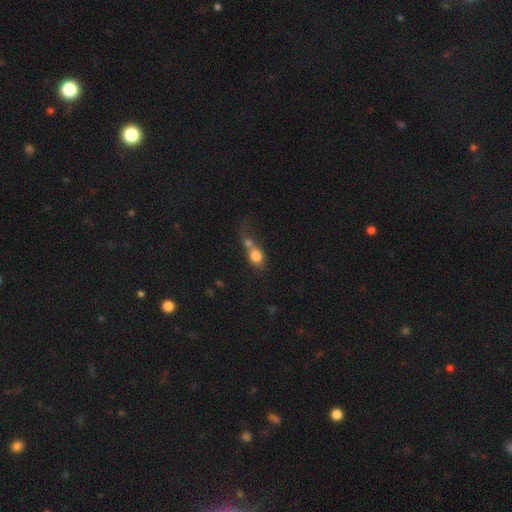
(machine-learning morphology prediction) Smooth or featured? smooth (76%)
How rounded? round (52%)
Merging? merger (59%)